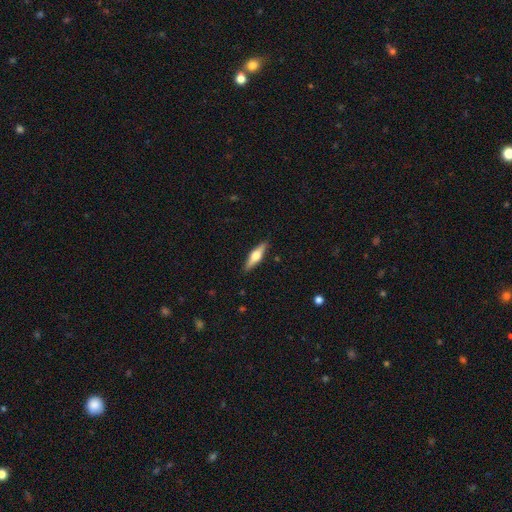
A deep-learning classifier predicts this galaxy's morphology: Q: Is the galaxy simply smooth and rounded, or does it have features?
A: featured or disk — 58%.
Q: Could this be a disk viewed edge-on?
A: yes — 95%.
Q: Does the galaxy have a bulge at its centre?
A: rounded — 94%.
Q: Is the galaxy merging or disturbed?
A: none — 90%.